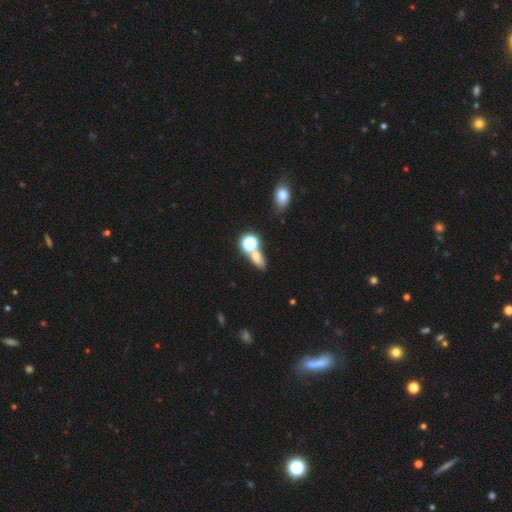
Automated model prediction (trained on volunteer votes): Morphology: type=smooth (61%); roundness=in between (56%); merging=none (51%).